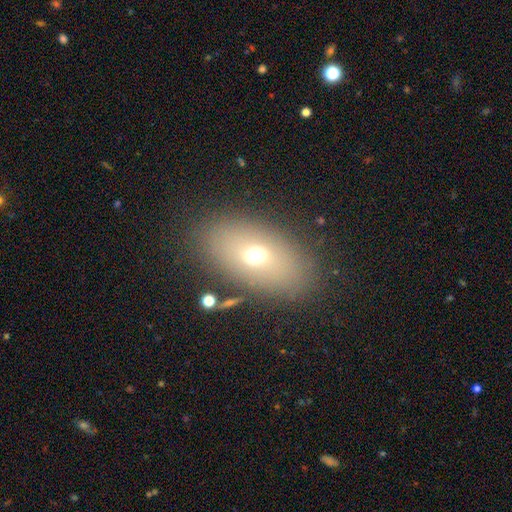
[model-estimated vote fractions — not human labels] This appears to be a smooth galaxy with no disk features (64%) that is in between round and cigar-shaped (83%). Merging: none (80%).